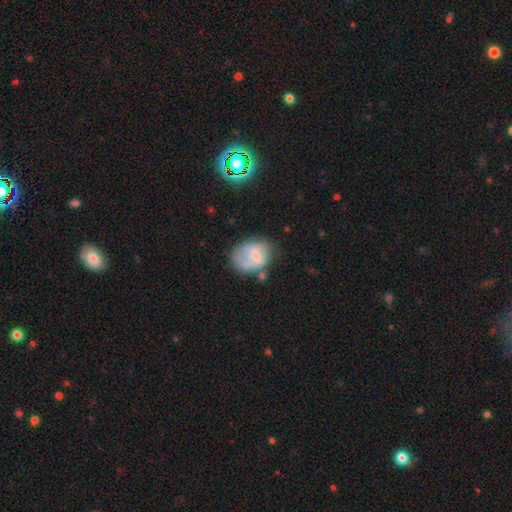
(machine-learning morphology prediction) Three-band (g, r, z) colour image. It shows a smooth galaxy with no disk features (45%). Merging: none (42%).